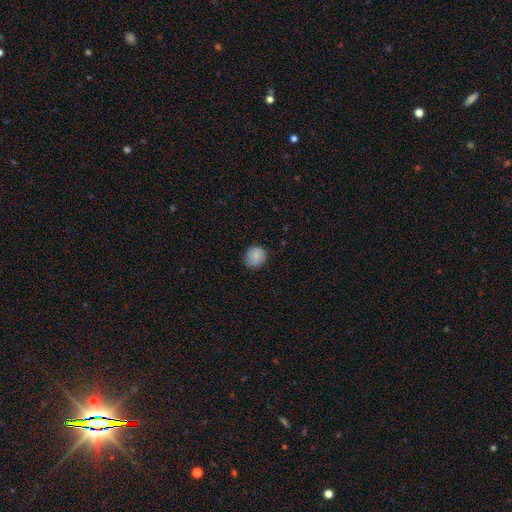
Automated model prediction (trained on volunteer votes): Q: Smooth or featured?
A: smooth (84%); runner-up: featured or disk (9%)
Q: How rounded?
A: round (82%); runner-up: in between (17%)
Q: Merging?
A: none (82%); runner-up: minor disturbance (14%)